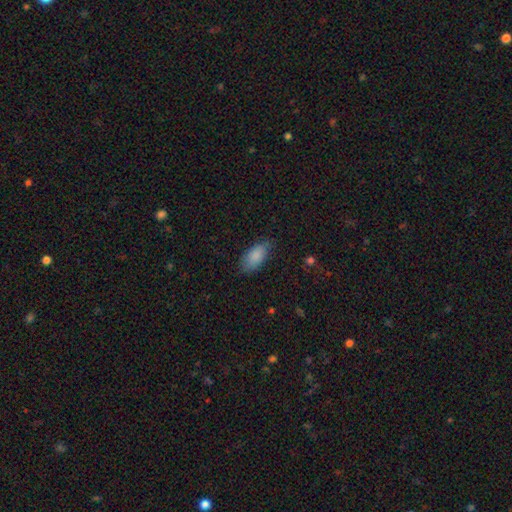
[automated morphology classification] Q: Smooth or featured?
A: smooth (87%); runner-up: featured or disk (7%)
Q: How rounded?
A: in between (91%); runner-up: cigar-shaped (6%)
Q: Merging?
A: none (76%); runner-up: minor disturbance (19%)